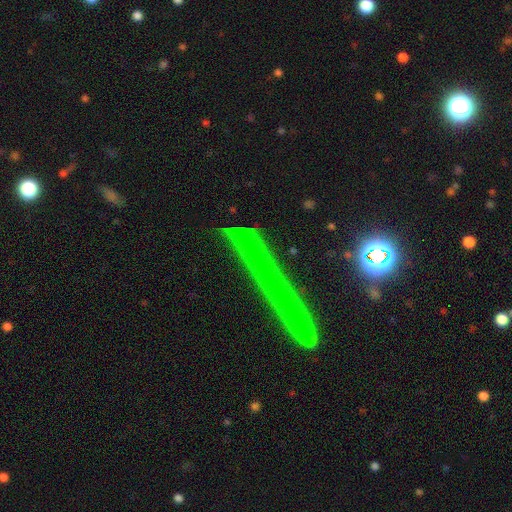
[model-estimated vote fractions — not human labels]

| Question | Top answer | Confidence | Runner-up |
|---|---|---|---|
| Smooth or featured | star or artifact | 64% | featured or disk (25%) |